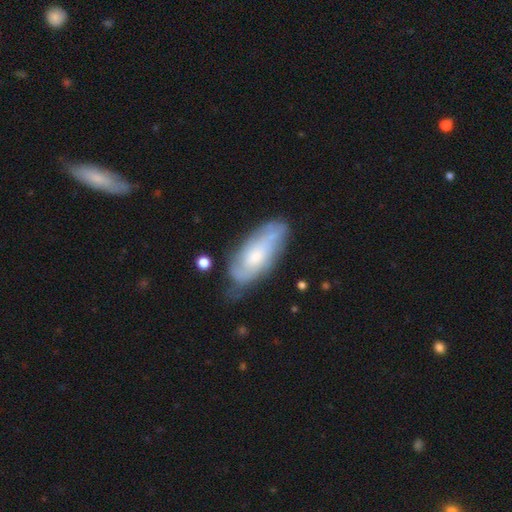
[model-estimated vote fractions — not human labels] Smooth or featured: featured or disk — 54% (smooth — 39%)
Edge-on disk: no — 86% (yes — 14%)
Merging: none — 61% (minor disturbance — 27%)